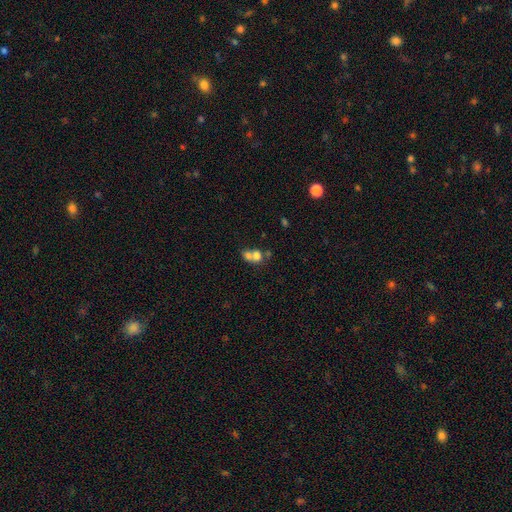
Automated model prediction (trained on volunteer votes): Q: Smooth or featured?
A: smooth (67%); runner-up: featured or disk (21%)
Q: How rounded?
A: round (54%); runner-up: in between (44%)
Q: Merging?
A: merger (71%); runner-up: none (19%)